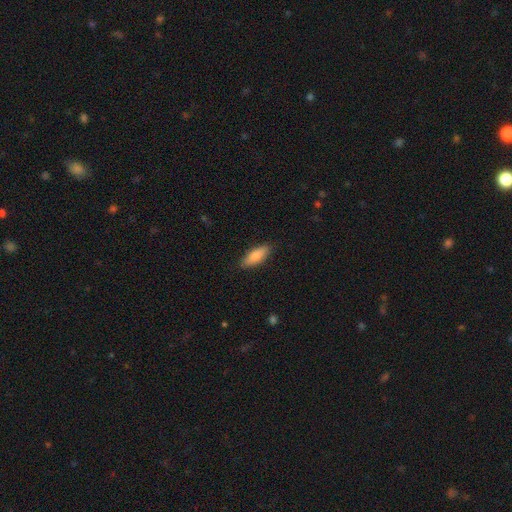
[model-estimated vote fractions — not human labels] smooth-or-featured: smooth: 81% | featured or disk: 13% | star or artifact: 6%
  how-rounded: in between: 68% | cigar-shaped: 30% | round: 2%
  merging: none: 86% | minor disturbance: 11% | major disturbance: 2% | merger: 1%